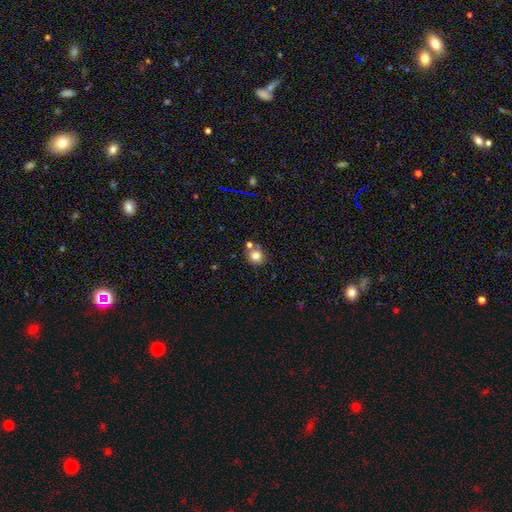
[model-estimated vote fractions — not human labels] smooth 78%, star or artifact 12%, featured or disk 10%. Down the decision tree: how rounded — round (87%); merging — none (65%).